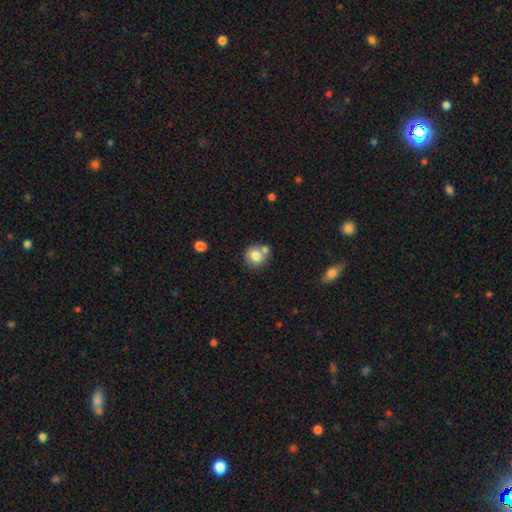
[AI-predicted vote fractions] Smooth or featured: smooth — 78% (featured or disk — 13%)
How rounded: round — 85% (in between — 14%)
Merging: none — 55% (merger — 30%)